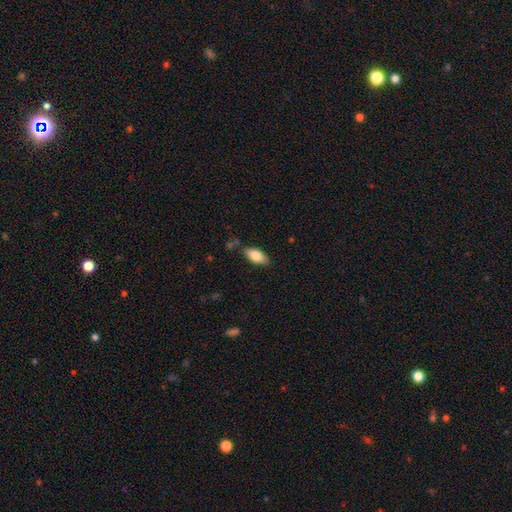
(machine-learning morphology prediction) Q: Smooth or featured?
A: smooth (81%); runner-up: featured or disk (13%)
Q: How rounded?
A: in between (87%); runner-up: cigar-shaped (11%)
Q: Merging?
A: none (80%); runner-up: minor disturbance (14%)